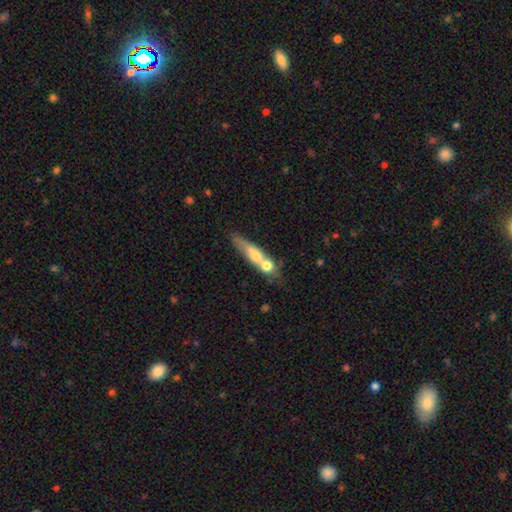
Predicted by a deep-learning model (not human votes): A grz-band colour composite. It shows a smooth galaxy with no disk features (51%) that is cigar-shaped (68%). Merging: none (41%).